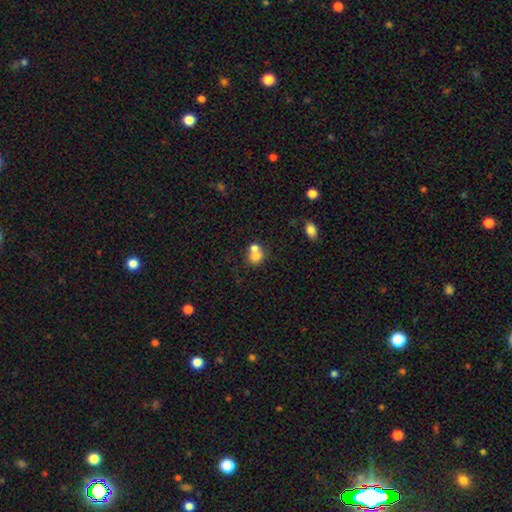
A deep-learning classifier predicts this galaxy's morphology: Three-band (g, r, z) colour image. It shows a smooth galaxy with no disk features (73%) that is round (72%). Merging: merger (58%).